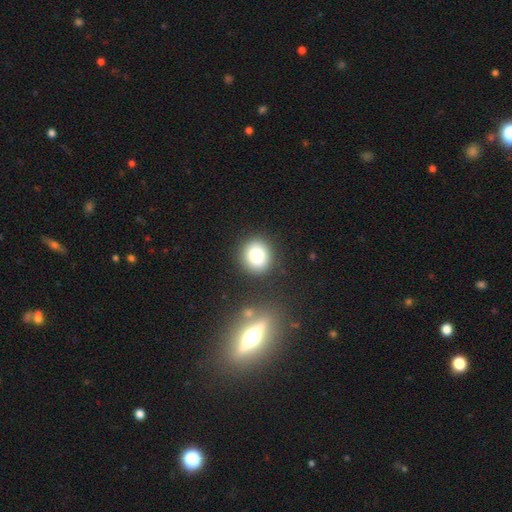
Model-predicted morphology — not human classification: type=smooth (83%); roundness=round (75%); merging=none (85%).